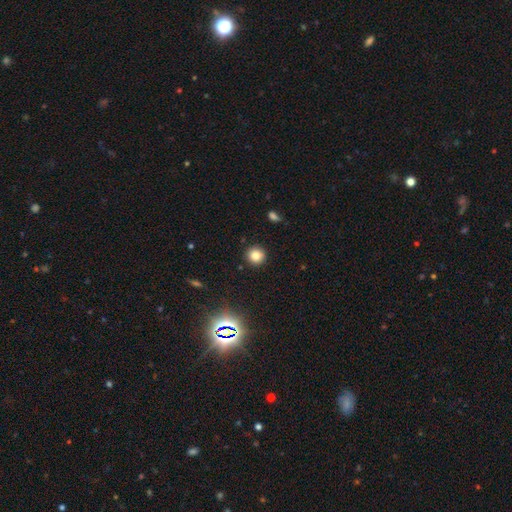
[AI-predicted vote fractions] Smooth or featured? smooth (82%)
How rounded? round (92%)
Merging? none (90%)